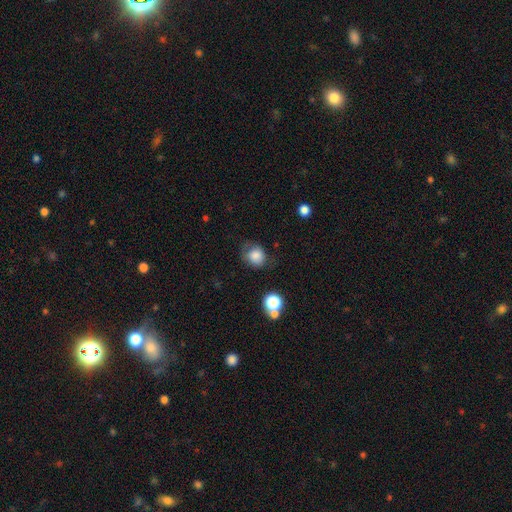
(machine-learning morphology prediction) Smooth or featured? Predicted: smooth (p=0.82). How rounded? Predicted: round (p=0.69). Merging? Predicted: none (p=0.60).